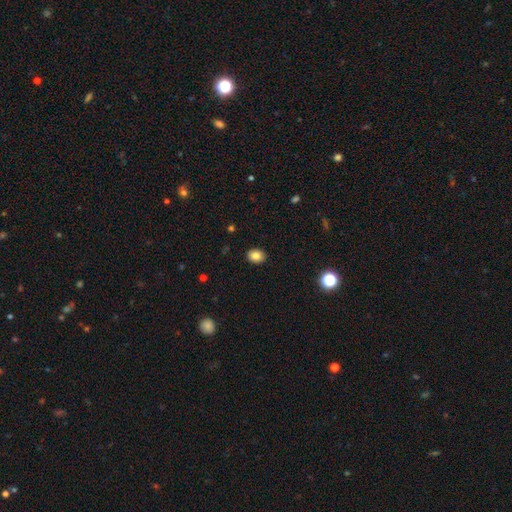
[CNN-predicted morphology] This appears to be a smooth galaxy with no disk features (84%) that is in between round and cigar-shaped (55%). Merging: none (90%).